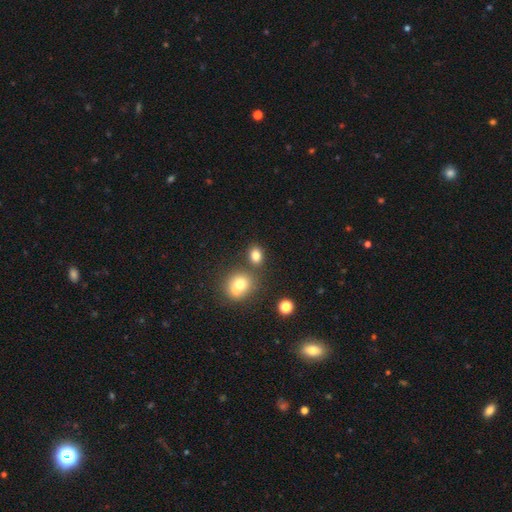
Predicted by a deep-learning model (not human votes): smooth 80%, star or artifact 13%, featured or disk 8%. Down the decision tree: how rounded — in between (55%); merging — none (68%).